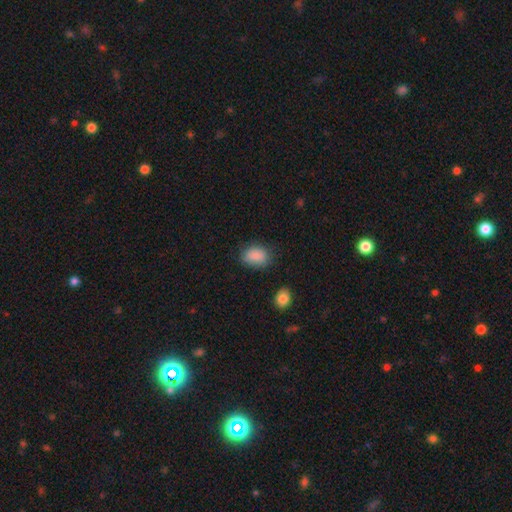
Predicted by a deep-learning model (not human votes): Smooth or featured? smooth (88%)
How rounded? in between (74%)
Merging? none (73%)